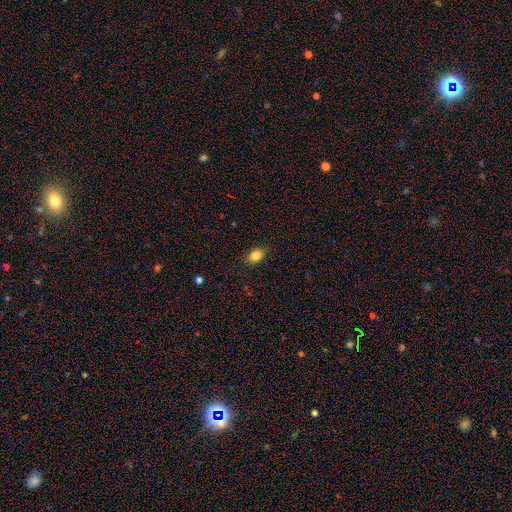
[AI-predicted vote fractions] Smooth or featured? Predicted: smooth (p=0.84). How rounded? Predicted: in between (p=0.65). Merging? Predicted: none (p=0.81).